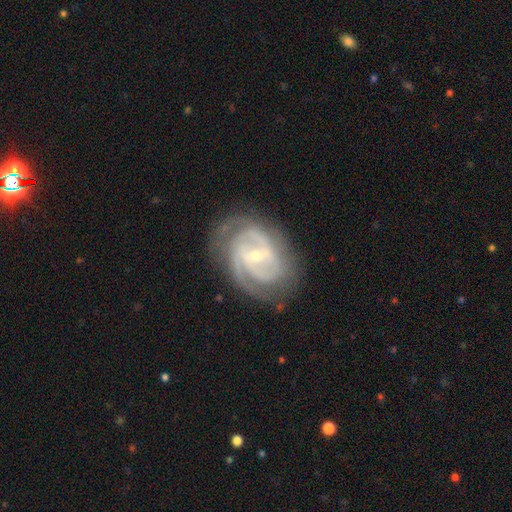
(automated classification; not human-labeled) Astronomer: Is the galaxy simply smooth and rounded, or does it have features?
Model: featured or disk — 89%.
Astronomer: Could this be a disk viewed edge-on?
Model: no — 97%.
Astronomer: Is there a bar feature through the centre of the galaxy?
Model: weak — 49% (runner-up: no, 26%).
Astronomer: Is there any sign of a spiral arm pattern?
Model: yes — 97%.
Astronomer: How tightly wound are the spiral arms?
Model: tight — 57% (runner-up: medium, 37%).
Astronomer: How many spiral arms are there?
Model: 2 — 42% (runner-up: 3, 27%).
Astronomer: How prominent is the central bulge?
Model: small — 70%.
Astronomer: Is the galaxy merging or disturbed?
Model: none — 73%.